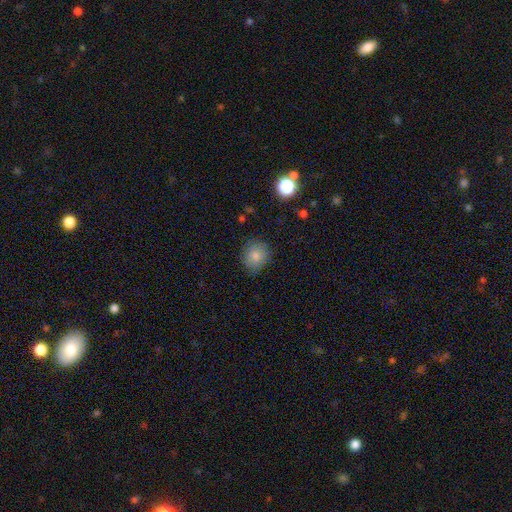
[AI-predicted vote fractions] A smooth galaxy with no disk features (83%) that is round (76%). Merging: none (79%).